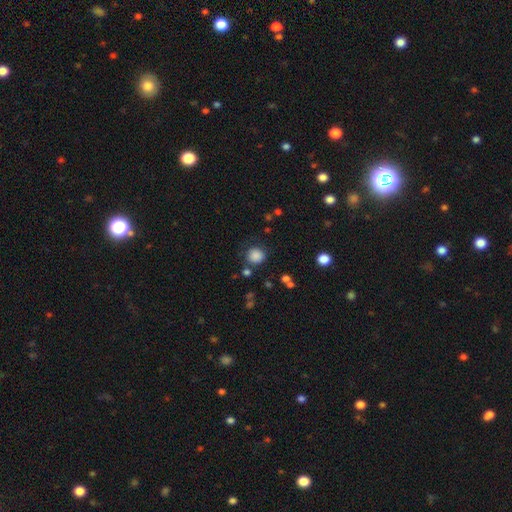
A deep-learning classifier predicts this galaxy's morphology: smooth_or_featured: smooth (p=0.85) [alt: star or artifact p=0.11]
how_rounded: round (p=0.86) [alt: in between p=0.13]
merging: none (p=0.78) [alt: minor disturbance p=0.13]